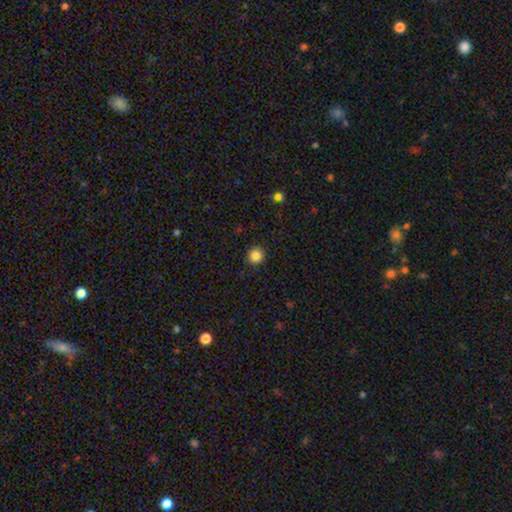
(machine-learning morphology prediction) Smooth or featured: smooth — 84% (star or artifact — 11%)
How rounded: round — 92% (in between — 7%)
Merging: none — 92% (minor disturbance — 6%)